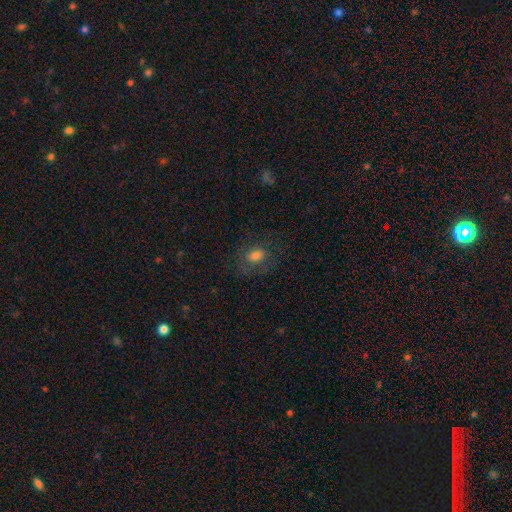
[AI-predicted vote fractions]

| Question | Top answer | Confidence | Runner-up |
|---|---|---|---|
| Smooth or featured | smooth | 69% | featured or disk (17%) |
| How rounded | in between | 65% | round (33%) |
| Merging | none | 69% | minor disturbance (17%) |